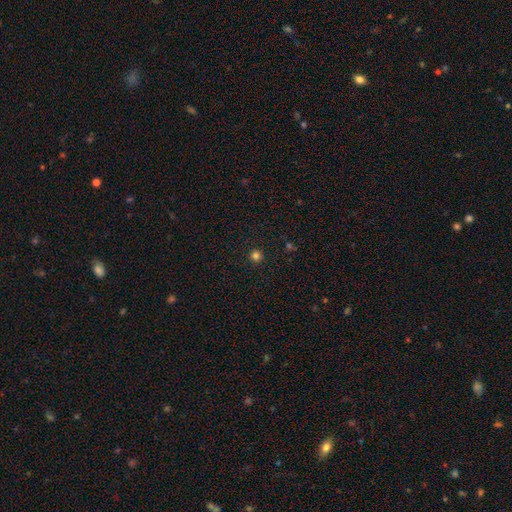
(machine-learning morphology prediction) Smooth or featured: smooth — 80% (star or artifact — 16%)
How rounded: round — 96% (in between — 4%)
Merging: none — 93% (minor disturbance — 4%)